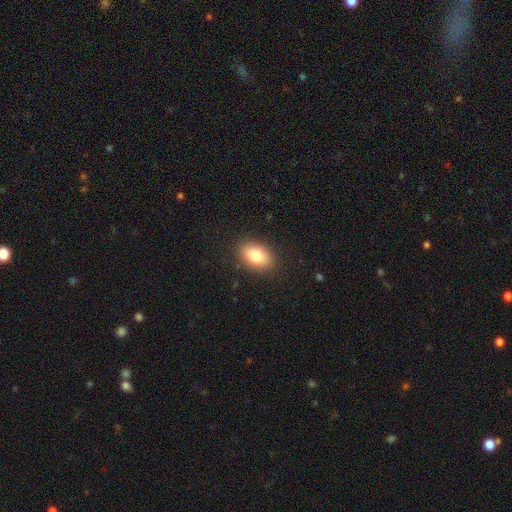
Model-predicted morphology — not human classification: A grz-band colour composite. It shows a smooth galaxy with no disk features (82%) that is in between round and cigar-shaped (86%). Merging: none (87%).